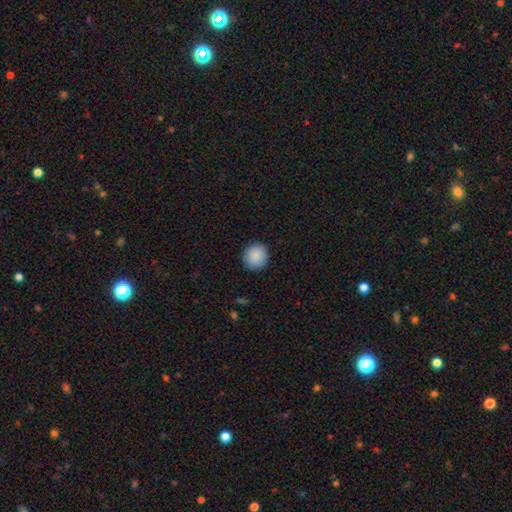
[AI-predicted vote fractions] Smooth or featured? Predicted: smooth (p=0.89). How rounded? Predicted: round (p=0.90). Merging? Predicted: none (p=0.91).